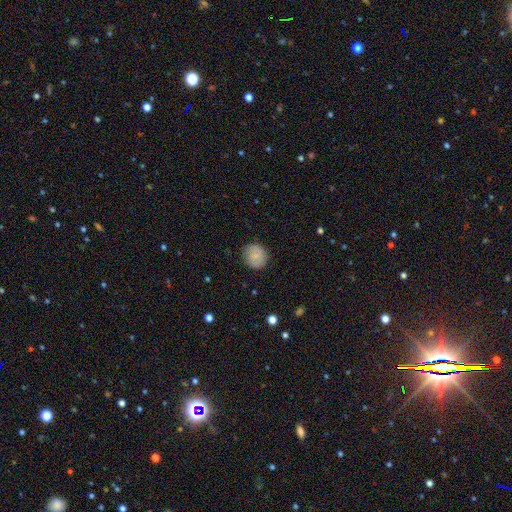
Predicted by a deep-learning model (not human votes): Smooth or featured: smooth — 81% (featured or disk — 11%)
How rounded: round — 85% (in between — 14%)
Merging: none — 85% (minor disturbance — 11%)